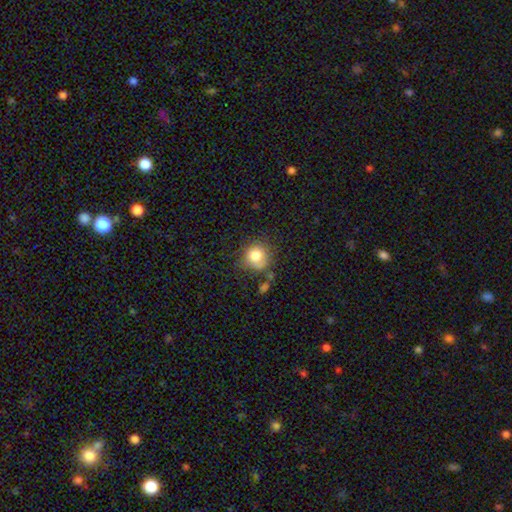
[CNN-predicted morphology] This is clearly a smooth galaxy (81%). How rounded: clearly round (84%). Merging: possibly none (59%).